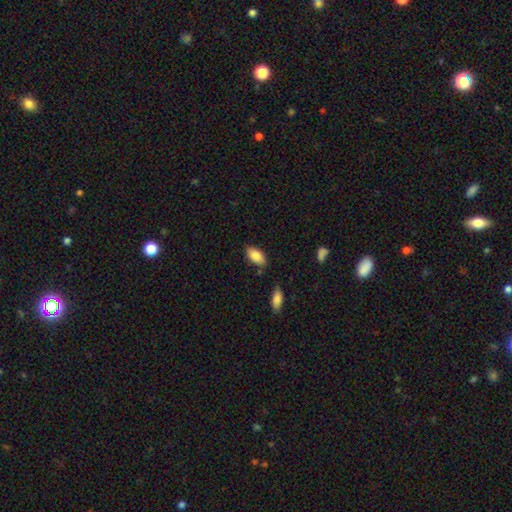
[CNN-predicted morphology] Smooth or featured?
  - smooth: 85% *
  - featured or disk: 8%
  - star or artifact: 7%
How rounded?
  - in between: 92% *
  - cigar-shaped: 5%
  - round: 3%
Merging?
  - none: 78% *
  - minor disturbance: 15%
  - merger: 4%
  - major disturbance: 3%